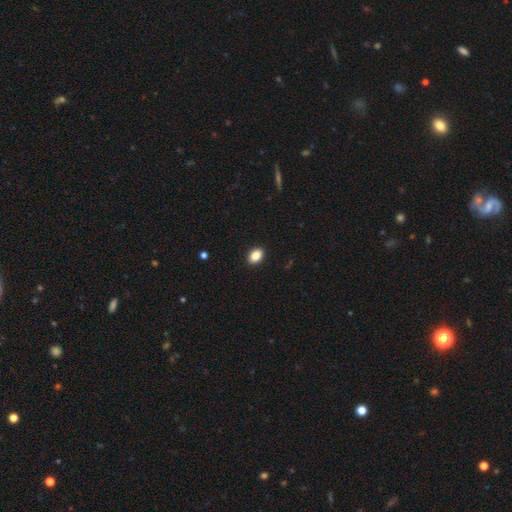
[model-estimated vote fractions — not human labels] Smooth or featured?
  - smooth: 88% *
  - star or artifact: 8%
  - featured or disk: 4%
How rounded?
  - in between: 79% *
  - round: 20%
  - cigar-shaped: 1%
Merging?
  - none: 91% *
  - minor disturbance: 6%
  - major disturbance: 2%
  - merger: 1%